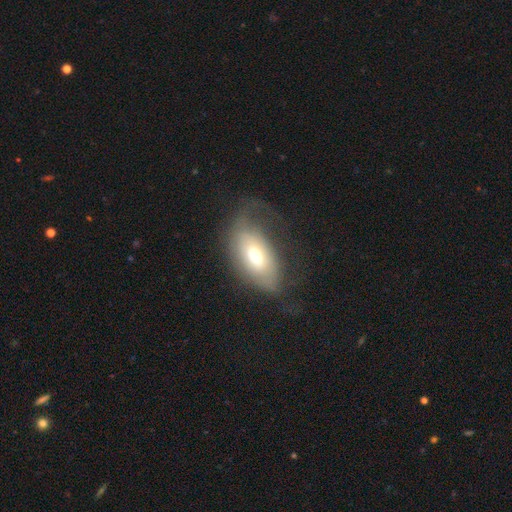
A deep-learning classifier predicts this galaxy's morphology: smooth_or_featured: smooth (p=0.53) [alt: featured or disk p=0.38]
how_rounded: in between (p=0.90) [alt: round p=0.06]
merging: none (p=0.42) [alt: major disturbance p=0.29]